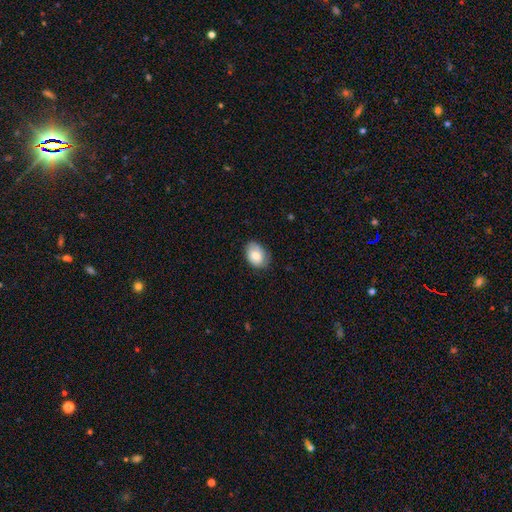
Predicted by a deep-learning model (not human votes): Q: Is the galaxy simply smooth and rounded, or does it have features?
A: smooth — 76%.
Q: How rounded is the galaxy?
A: in between — 76%.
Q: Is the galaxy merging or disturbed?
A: none — 70%.